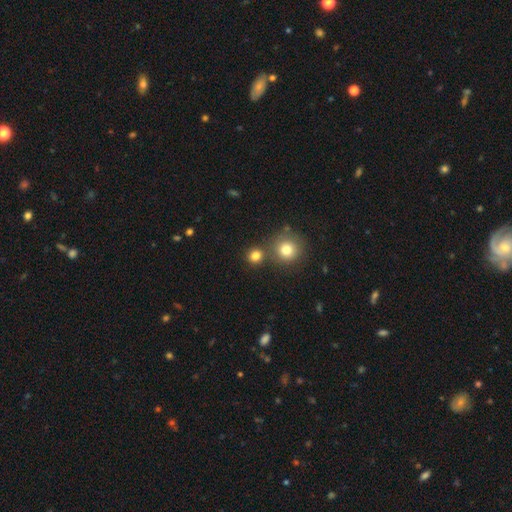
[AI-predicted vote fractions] Smooth or featured? smooth (81%)
How rounded? round (90%)
Merging? none (75%)